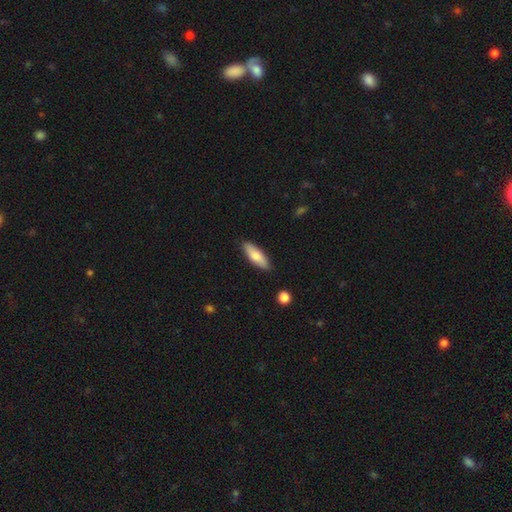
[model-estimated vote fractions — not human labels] Smooth or featured?
  - smooth: 76% *
  - featured or disk: 19%
  - star or artifact: 6%
How rounded?
  - in between: 55% *
  - cigar-shaped: 43%
  - round: 2%
Merging?
  - none: 88% *
  - minor disturbance: 9%
  - major disturbance: 2%
  - merger: 1%